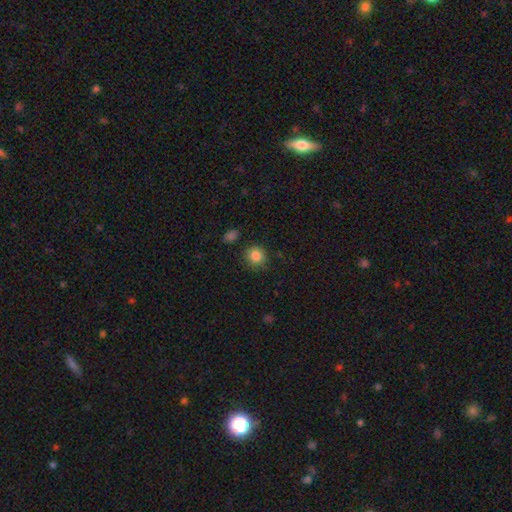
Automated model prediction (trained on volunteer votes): smooth_or_featured: smooth (p=0.85) [alt: star or artifact p=0.10]
how_rounded: round (p=0.90) [alt: in between p=0.09]
merging: none (p=0.85) [alt: minor disturbance p=0.10]